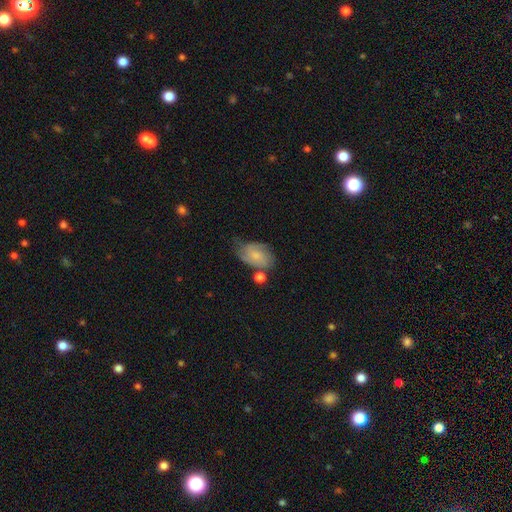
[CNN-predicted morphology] Overall: smooth (49%; featured or disk 43%). Merging: none (46%; minor disturbance 30%).